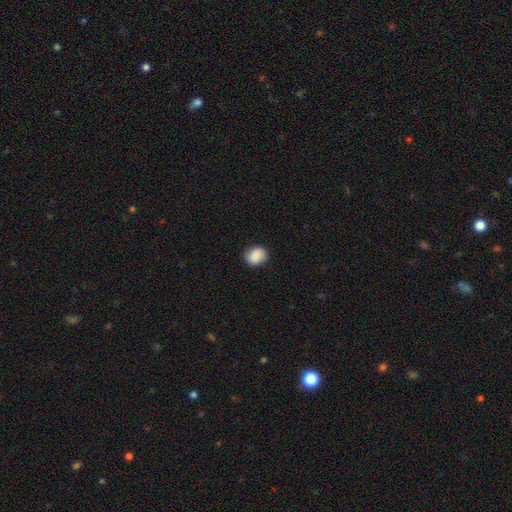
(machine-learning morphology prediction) Smooth or featured? Predicted: smooth (p=0.88). How rounded? Predicted: round (p=0.61). Merging? Predicted: none (p=0.83).